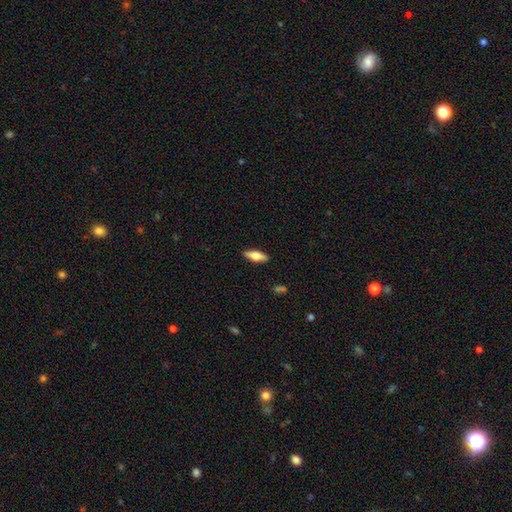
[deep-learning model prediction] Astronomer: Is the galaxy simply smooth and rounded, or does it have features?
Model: smooth — 56% (runner-up: featured or disk, 38%).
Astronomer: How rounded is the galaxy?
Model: in between — 58% (runner-up: cigar-shaped, 39%).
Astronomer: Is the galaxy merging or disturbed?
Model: none — 89%.